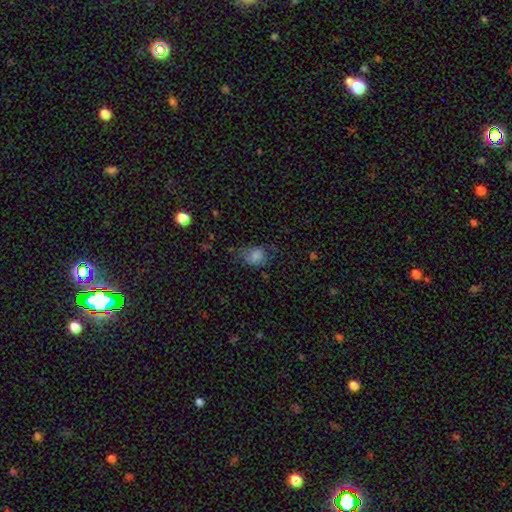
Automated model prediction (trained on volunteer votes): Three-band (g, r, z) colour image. It shows a smooth galaxy with no disk features (78%) that is in between round and cigar-shaped (69%). Merging: none (51%).